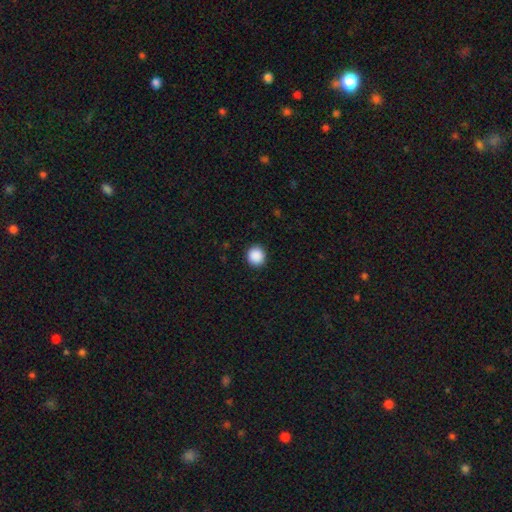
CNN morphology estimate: Smooth or featured?
  - smooth: 89% *
  - star or artifact: 9%
  - featured or disk: 2%
How rounded?
  - round: 92% *
  - in between: 8%
  - cigar-shaped: 1%
Merging?
  - none: 92% *
  - minor disturbance: 5%
  - major disturbance: 2%
  - merger: 1%